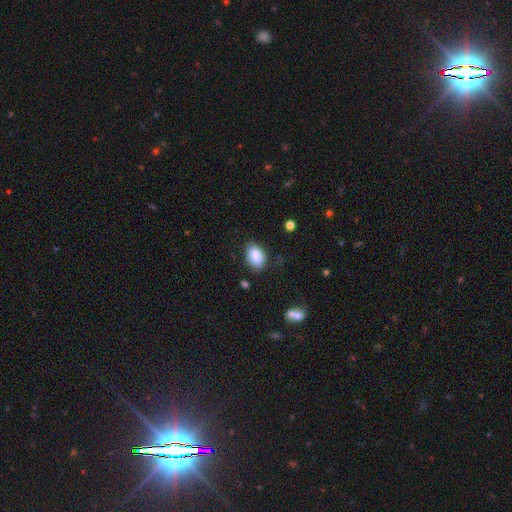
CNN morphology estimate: A smooth galaxy with no disk features (80%) that is in between round and cigar-shaped (82%). Merging: none (74%).